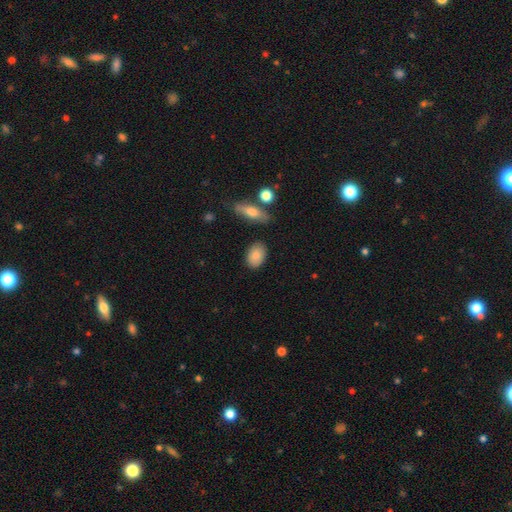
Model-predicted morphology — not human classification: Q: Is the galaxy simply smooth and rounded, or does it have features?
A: smooth — 85%.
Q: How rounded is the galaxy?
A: in between — 87%.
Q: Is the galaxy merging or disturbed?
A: none — 84%.